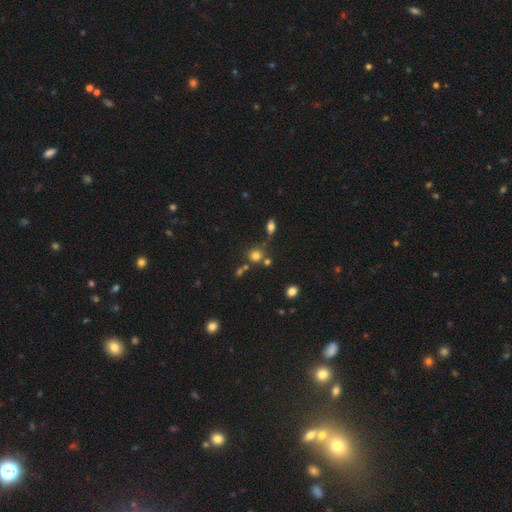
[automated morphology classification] Smooth or featured? smooth (74%)
How rounded? round (88%)
Merging? none (67%)